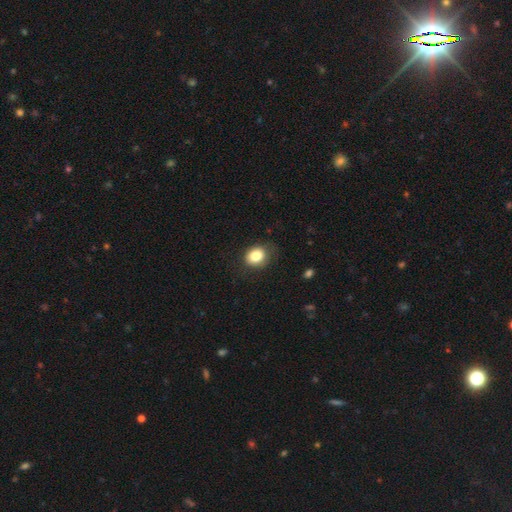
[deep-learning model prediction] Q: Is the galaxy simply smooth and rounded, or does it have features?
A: smooth — 82%.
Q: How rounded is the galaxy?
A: round — 58%.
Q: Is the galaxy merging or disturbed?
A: none — 77%.